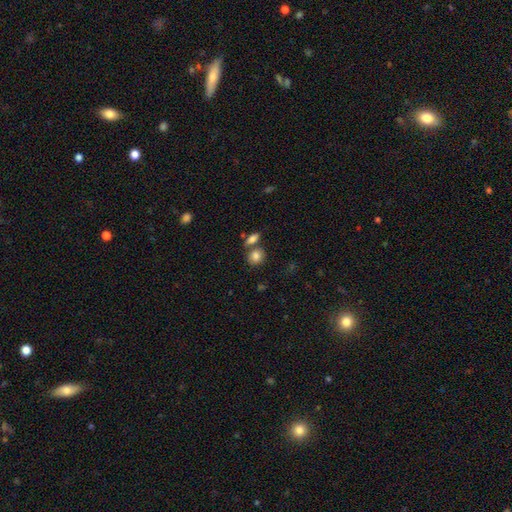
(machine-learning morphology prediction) Smooth or featured: smooth — 83% (star or artifact — 9%)
How rounded: round — 64% (in between — 34%)
Merging: none — 60% (merger — 26%)